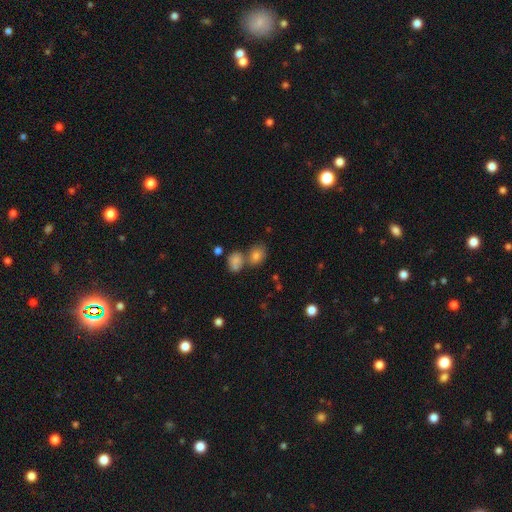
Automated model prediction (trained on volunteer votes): The model was most divided on "how rounded": in between: 56%, round: 42%, cigar-shaped: 2%. More confident: smooth or featured — smooth (74%); merging — none (52%).